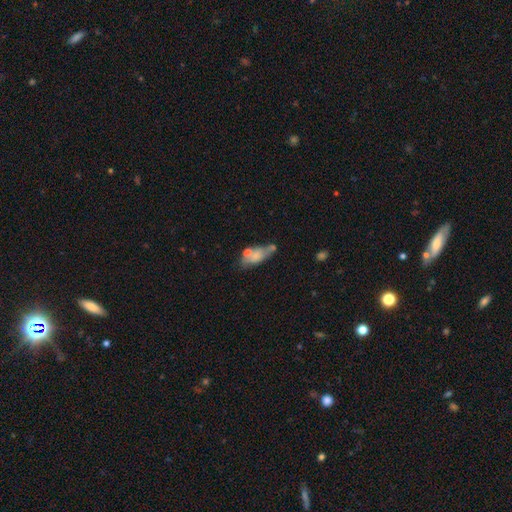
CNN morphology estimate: Smooth or featured? smooth (58%)
How rounded? in between (78%)
Merging? none (35%)